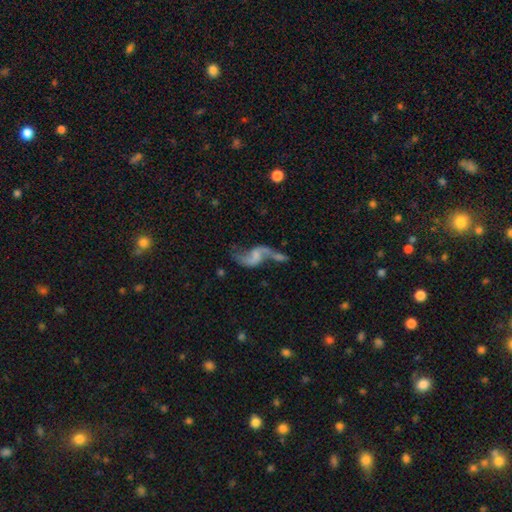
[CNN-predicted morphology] Smooth or featured? Predicted: featured or disk (p=0.82). Edge-on disk? Predicted: no (p=0.97). Bar? Predicted: no (p=0.44). Spiral arms? Predicted: yes (p=0.90). Spiral winding? Predicted: loose (p=0.89). Spiral arm count? Predicted: 2 (p=0.90). Bulge size? Predicted: none (p=0.46). Merging? Predicted: none (p=0.41).